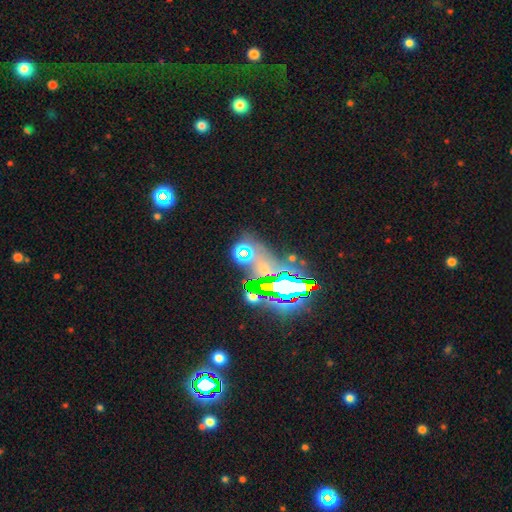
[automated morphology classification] The model was most divided on "smooth or featured": star or artifact: 66%, featured or disk: 17%, smooth: 17%.